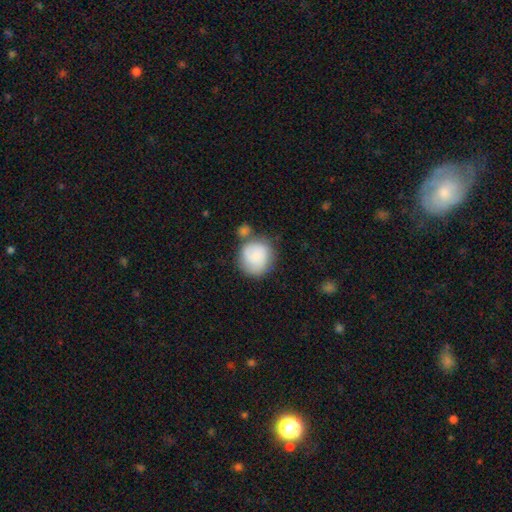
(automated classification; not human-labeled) Smooth or featured? smooth (76%)
How rounded? round (84%)
Merging? none (50%)